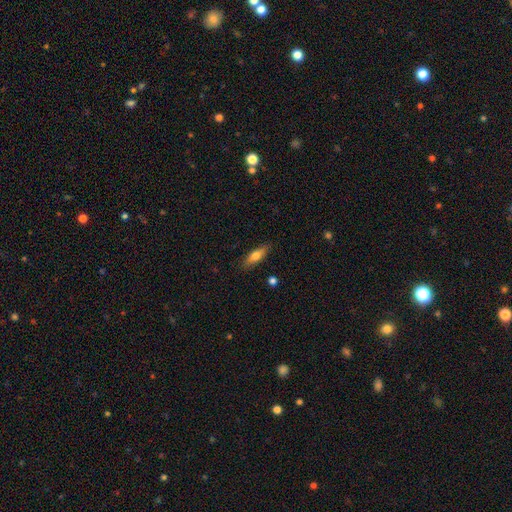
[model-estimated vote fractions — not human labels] A smooth galaxy with no disk features (68%) that is in between round and cigar-shaped (50%).

Vote fractions:
- Smooth or featured? smooth: 68% / featured or disk: 25% / star or artifact: 7%
- How rounded? in between: 50% / cigar-shaped: 47% / round: 3%
- Merging? none: 86% / minor disturbance: 11% / major disturbance: 2% / merger: 2%